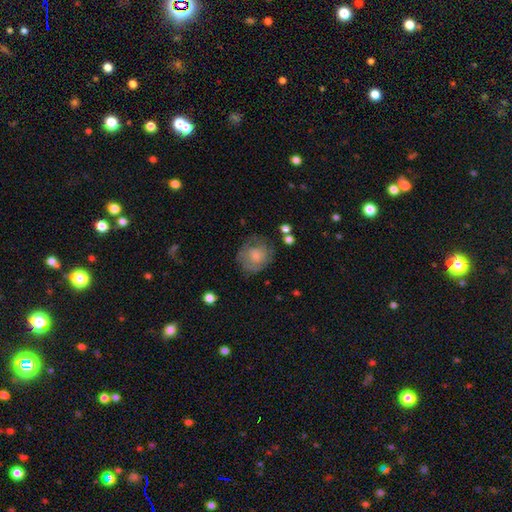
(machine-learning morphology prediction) Smooth or featured? smooth (54%)
How rounded? round (82%)
Merging? none (67%)